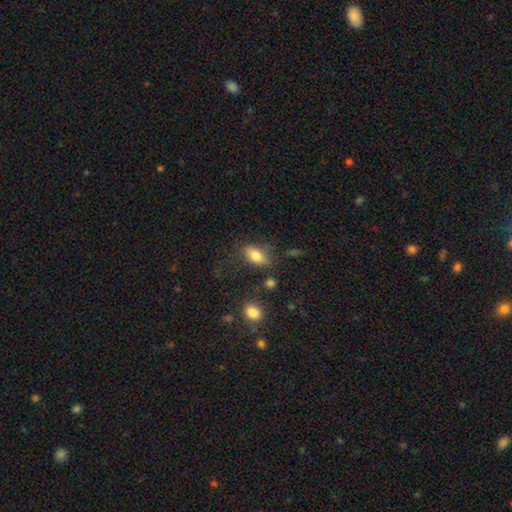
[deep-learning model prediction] A smooth galaxy with no disk features (79%) that is in between round and cigar-shaped (86%). Merging: none (72%).